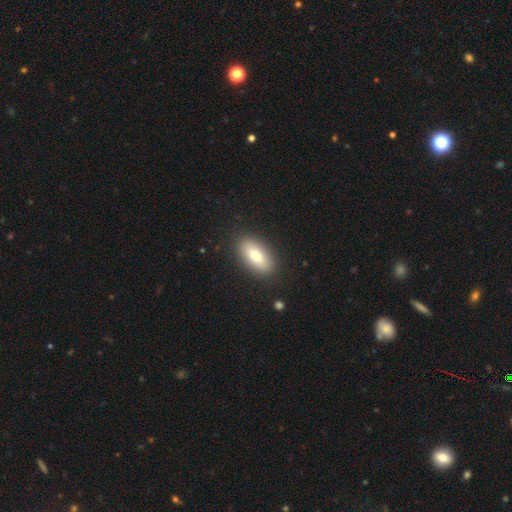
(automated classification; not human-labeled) A smooth galaxy with no disk features (82%) that is in between round and cigar-shaped (89%).

Vote fractions:
- Smooth or featured? smooth: 82% / featured or disk: 11% / star or artifact: 7%
- How rounded? in between: 89% / cigar-shaped: 7% / round: 3%
- Merging? none: 87% / minor disturbance: 9% / major disturbance: 3% / merger: 1%